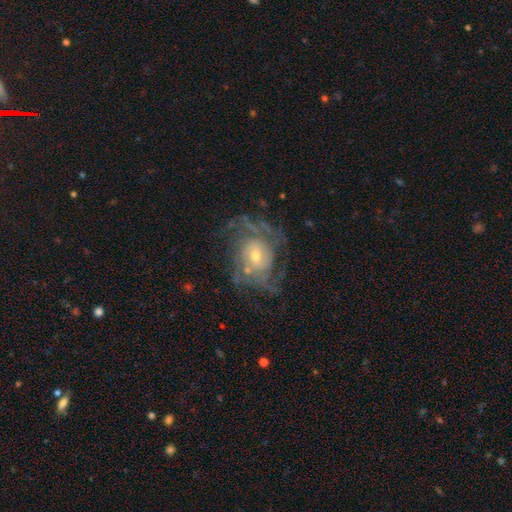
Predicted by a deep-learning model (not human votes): This appears to be a featured or disk galaxy (79%) with no bar (70%), tight (44%) spiral arms (83%) and a small central bulge (48%). Merging: none (58%).